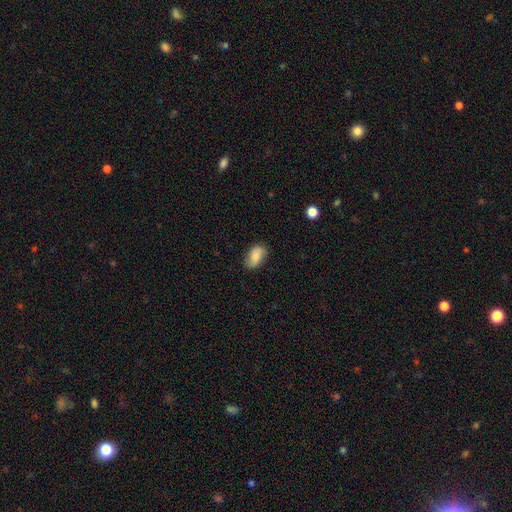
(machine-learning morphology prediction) The model was most divided on "merging": none: 76%, minor disturbance: 19%, major disturbance: 4%, merger: 1%. More confident: how rounded — in between (92%); smooth or featured — smooth (76%).